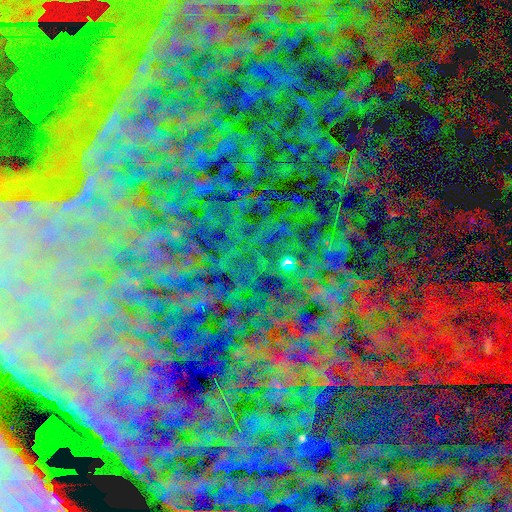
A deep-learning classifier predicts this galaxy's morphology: Overall: star or artifact (86%).